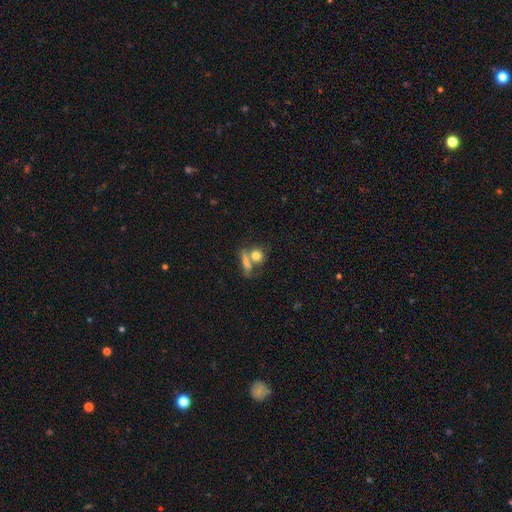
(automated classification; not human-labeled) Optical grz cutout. It shows a smooth galaxy with no disk features (77%) that is round (69%). Merging: none (46%).